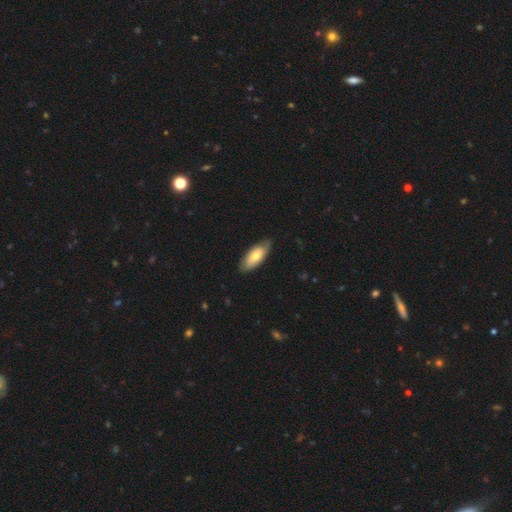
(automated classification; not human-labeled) A smooth galaxy with no disk features (66%) that is in between round and cigar-shaped (83%). Merging: none (79%).